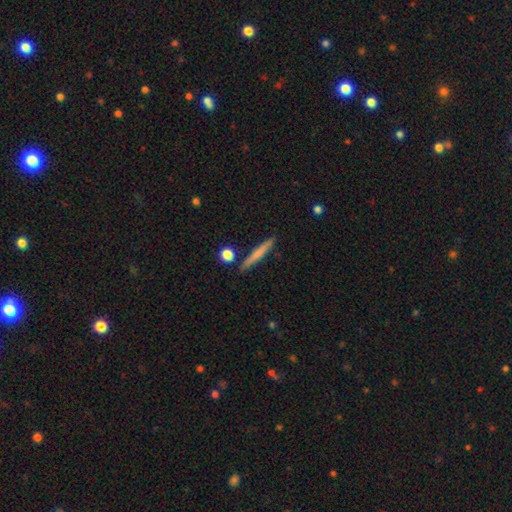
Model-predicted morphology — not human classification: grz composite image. It shows a smooth galaxy with no disk features (61%) that is cigar-shaped (94%). Merging: none (88%).